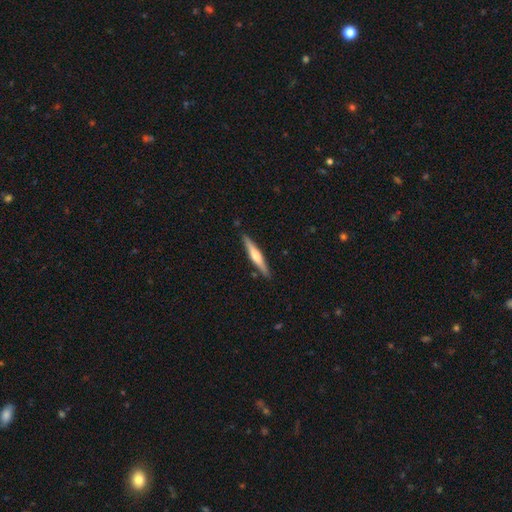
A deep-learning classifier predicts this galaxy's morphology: Smooth or featured? featured or disk (56%)
Edge-on disk? yes (97%)
Edge-on bulge? rounded (76%)
Merging? none (88%)